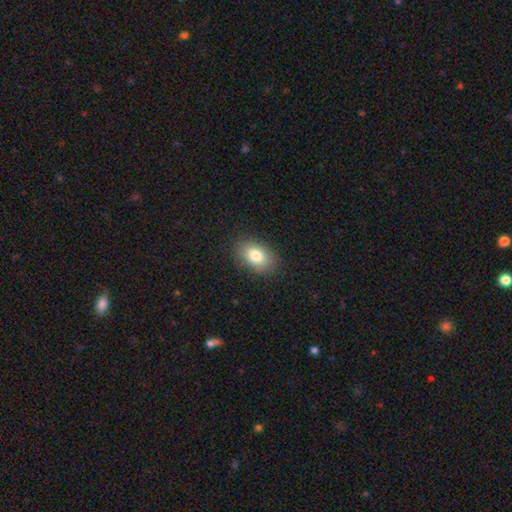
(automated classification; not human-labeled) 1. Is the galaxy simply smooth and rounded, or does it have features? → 80% smooth, 11% featured or disk, 9% star or artifact.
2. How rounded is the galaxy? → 80% in between, 19% round, 1% cigar-shaped.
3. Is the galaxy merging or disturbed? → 85% none, 11% minor disturbance, 3% major disturbance, 1% merger.